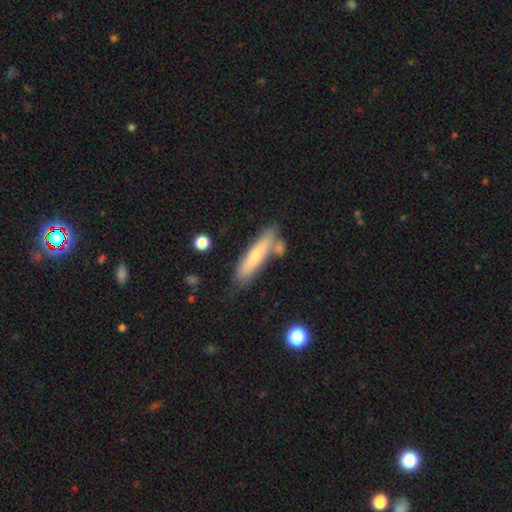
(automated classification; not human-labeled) A smooth galaxy with no disk features (64%) that is cigar-shaped (81%). Merging: none (63%).